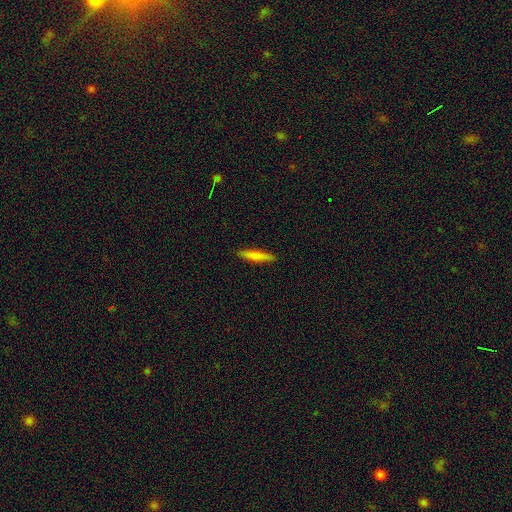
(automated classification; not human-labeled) Q: Smooth or featured?
A: smooth (78%); runner-up: featured or disk (17%)
Q: How rounded?
A: cigar-shaped (90%); runner-up: in between (8%)
Q: Merging?
A: none (91%); runner-up: minor disturbance (7%)